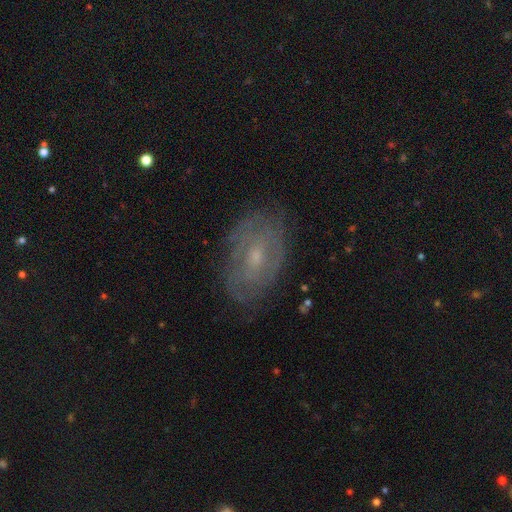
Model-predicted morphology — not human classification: Q: Smooth or featured?
A: featured or disk (62%); runner-up: smooth (28%)
Q: Edge-on disk?
A: no (94%); runner-up: yes (6%)
Q: Bar?
A: no (56%); runner-up: weak (38%)
Q: Spiral arms?
A: yes (67%); runner-up: no (33%)
Q: Bulge size?
A: small (53%); runner-up: moderate (39%)
Q: Merging?
A: none (75%); runner-up: minor disturbance (17%)